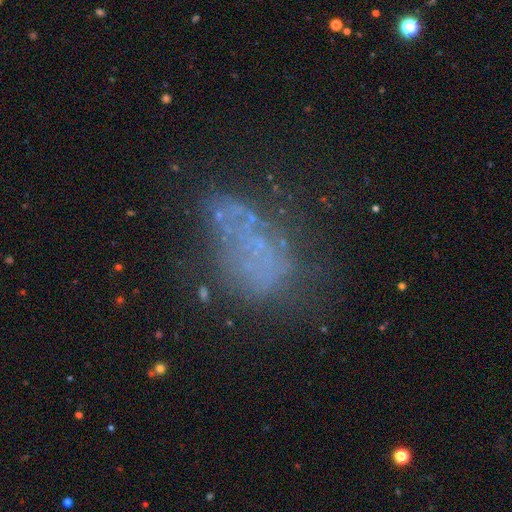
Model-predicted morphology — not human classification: smooth-or-featured: featured or disk: 44% | smooth: 32% | star or artifact: 24%
  merging: none: 41% | major disturbance: 28% | minor disturbance: 21% | merger: 9%